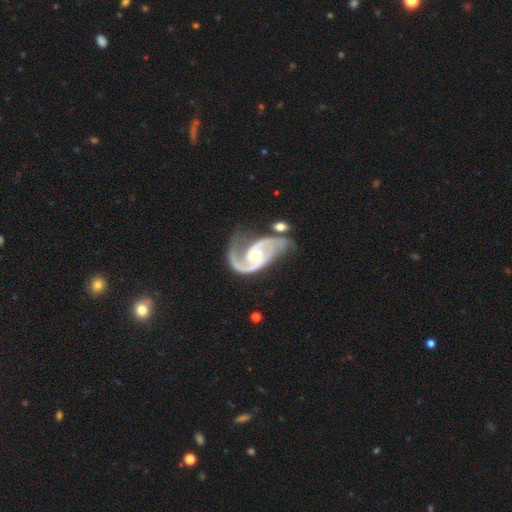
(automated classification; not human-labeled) A featured or disk galaxy (93%) with no bar (47%), 2 (87%) medium (56%) spiral arms (98%) and a small central bulge (48%).

Vote fractions:
- Smooth or featured? featured or disk: 93% / star or artifact: 4% / smooth: 3%
- Edge-on disk? no: 98% / yes: 2%
- Bar? no: 47% / weak: 39% / strong: 14%
- Spiral arms? yes: 98% / no: 2%
- Spiral winding? medium: 56% / loose: 22% / tight: 22%
- Spiral arm count? 2: 87% / 1: 6% / 3: 2% / can't tell: 2% / 4: 1% / more than 4: 1%
- Bulge size? small: 48% / moderate: 46% / large: 3% / none: 2% / dominant: 1%
- Merging? none: 47% / minor disturbance: 23% / major disturbance: 19% / merger: 12%